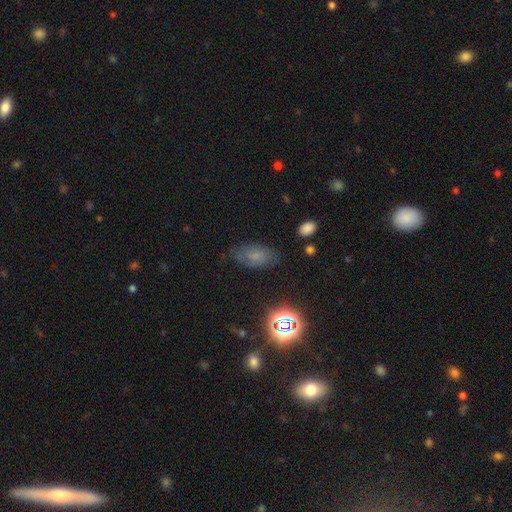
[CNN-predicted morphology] This is possibly a smooth galaxy (59%). How rounded: clearly in between (90%). Merging: likely none (73%).